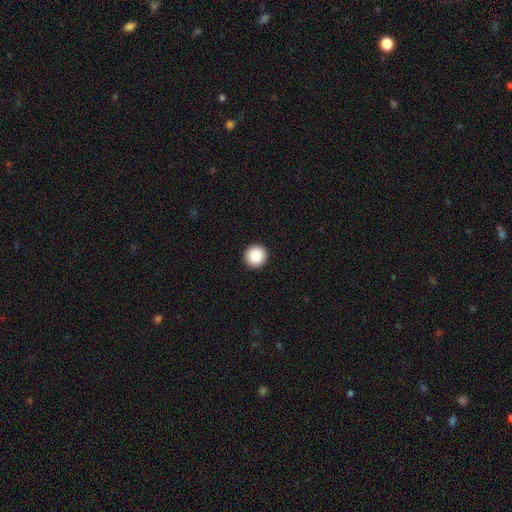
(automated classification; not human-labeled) smooth 88%, star or artifact 8%, featured or disk 4%. Down the decision tree: how rounded — round (95%); merging — none (94%).